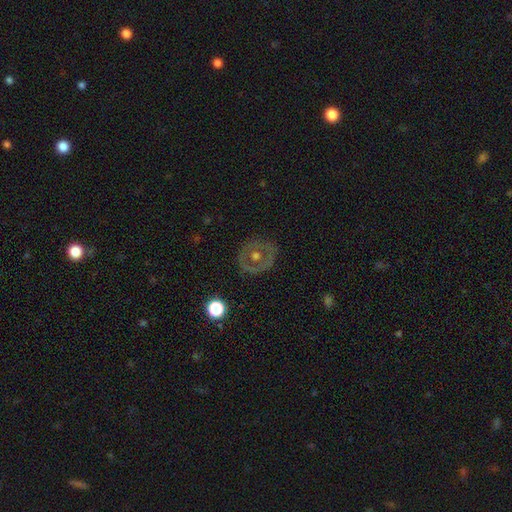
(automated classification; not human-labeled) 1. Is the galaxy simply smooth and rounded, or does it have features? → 55% featured or disk, 36% smooth, 8% star or artifact.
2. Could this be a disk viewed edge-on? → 95% no, 5% yes.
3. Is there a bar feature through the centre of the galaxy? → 88% no, 9% weak, 3% strong.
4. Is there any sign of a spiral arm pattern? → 89% no, 11% yes.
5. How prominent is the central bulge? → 76% moderate, 12% small, 9% large, 2% none, 1% dominant.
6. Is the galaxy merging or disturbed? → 81% none, 12% minor disturbance, 5% major disturbance, 1% merger.